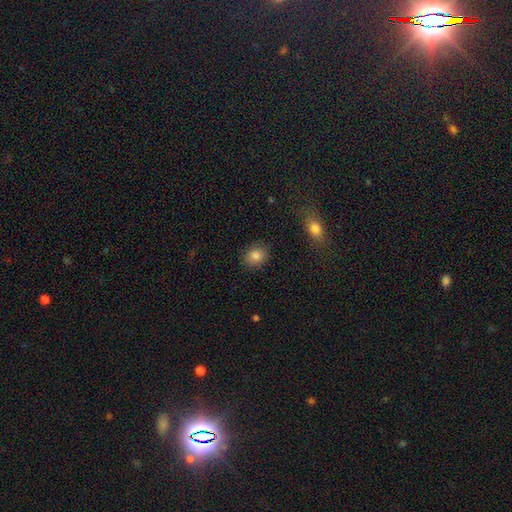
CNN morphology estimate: Smooth or featured?
  - smooth: 83% *
  - star or artifact: 10%
  - featured or disk: 7%
How rounded?
  - round: 63% *
  - in between: 36%
  - cigar-shaped: 1%
Merging?
  - none: 87% *
  - minor disturbance: 9%
  - major disturbance: 2%
  - merger: 1%